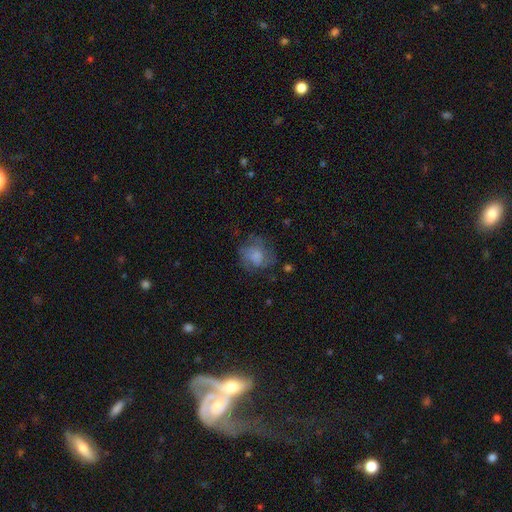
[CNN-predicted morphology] smooth_or_featured: smooth (p=0.54) [alt: featured or disk p=0.36]
how_rounded: round (p=0.66) [alt: in between p=0.33]
merging: none (p=0.53) [alt: minor disturbance p=0.23]